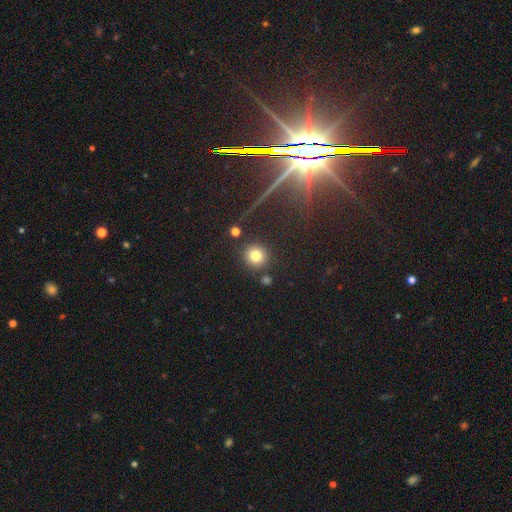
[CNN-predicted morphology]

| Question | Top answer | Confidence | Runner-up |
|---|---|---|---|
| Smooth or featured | smooth | 78% | star or artifact (14%) |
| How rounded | round | 92% | in between (7%) |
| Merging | none | 84% | minor disturbance (7%) |